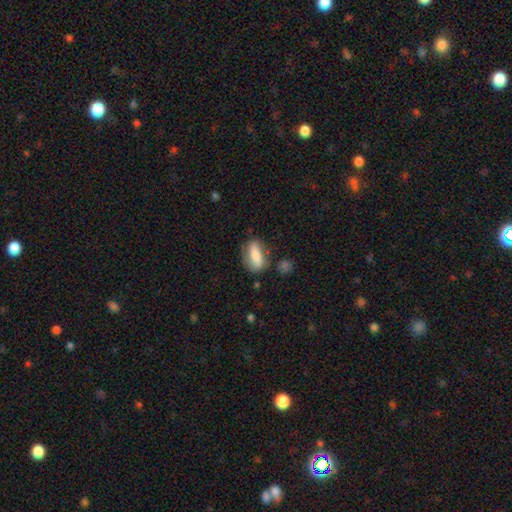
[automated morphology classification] Smooth or featured? Predicted: smooth (p=0.71). How rounded? Predicted: in between (p=0.74). Merging? Predicted: none (p=0.65).